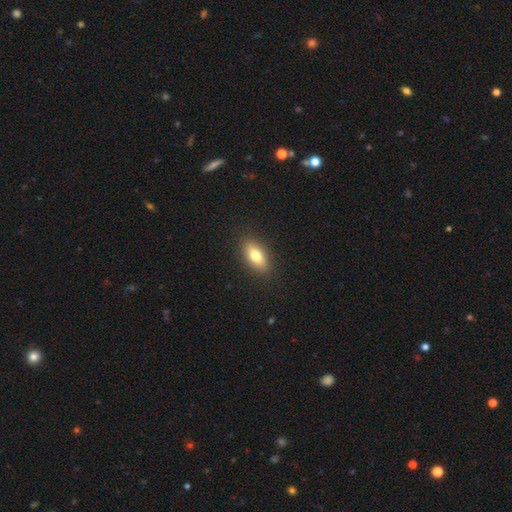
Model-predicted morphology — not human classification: smooth-or-featured: smooth: 76% | featured or disk: 16% | star or artifact: 8%
  how-rounded: in between: 86% | cigar-shaped: 8% | round: 6%
  merging: none: 88% | minor disturbance: 9% | major disturbance: 2% | merger: 1%